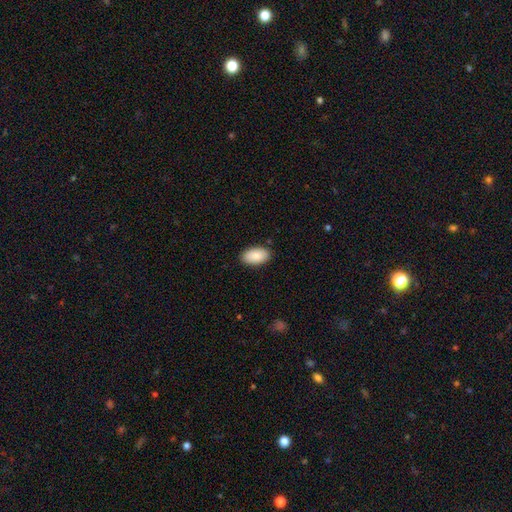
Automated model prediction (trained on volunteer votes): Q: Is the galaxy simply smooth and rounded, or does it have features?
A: smooth — 89%.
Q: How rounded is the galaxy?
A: in between — 95%.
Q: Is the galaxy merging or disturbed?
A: none — 88%.